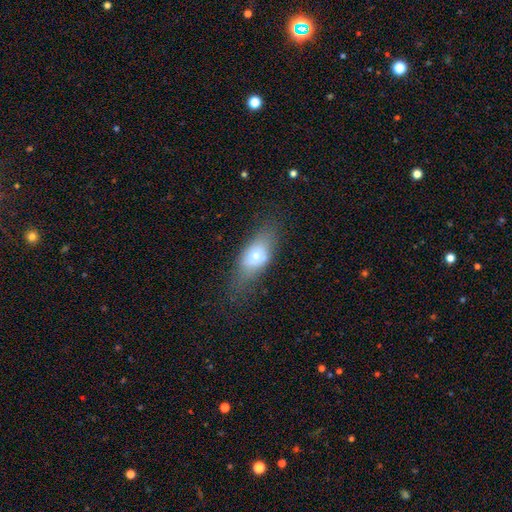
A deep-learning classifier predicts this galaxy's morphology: Overall: smooth (63%; featured or disk 27%). How rounded: in between (80%). Merging: none (56%; minor disturbance 25%).